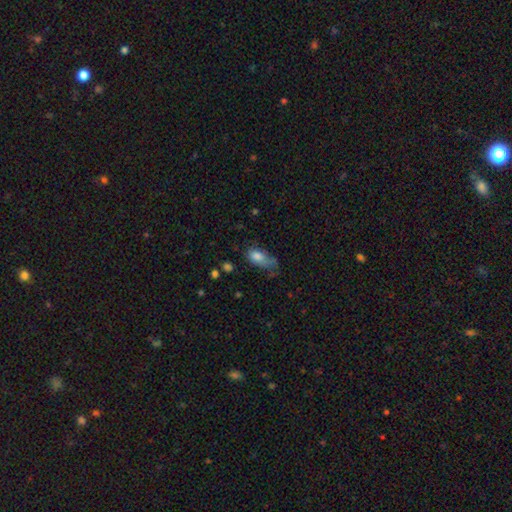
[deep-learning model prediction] This is likely a smooth galaxy (79%). How rounded: clearly in between (85%). Merging: marginally minor disturbance (38%).